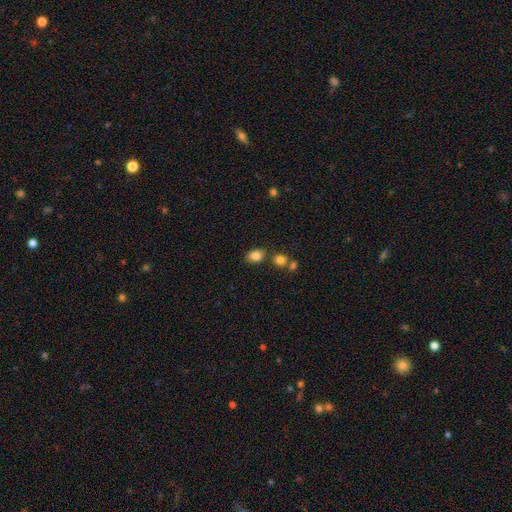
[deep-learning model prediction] A smooth galaxy with no disk features (84%) that is in between round and cigar-shaped (71%). Merging: none (72%).